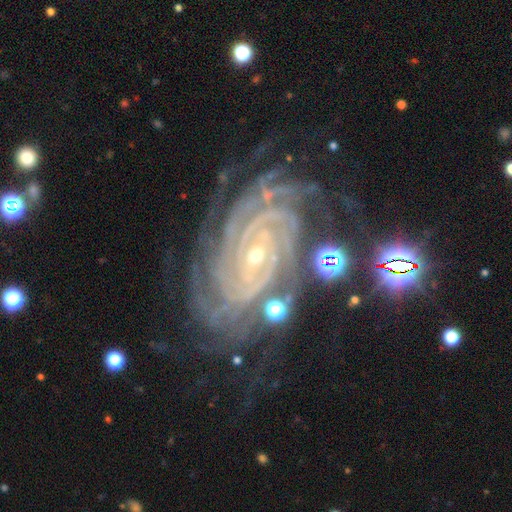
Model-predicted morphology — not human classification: This is clearly a featured or disk galaxy (92%). It is clearly not viewed edge-on (97%). Bar: marginally no (39%). Spiral arm pattern: clearly yes (99%). Spiral arm count: marginally 4 (27%). Spiral winding: clearly tight (86%). Central bulge: likely small (73%). Merging: likely none (73%).